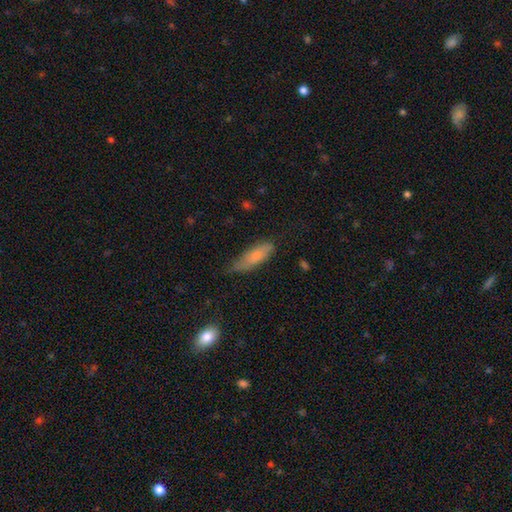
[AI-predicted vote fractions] Smooth or featured?
  - smooth: 77% *
  - featured or disk: 17%
  - star or artifact: 7%
How rounded?
  - in between: 50% *
  - cigar-shaped: 48%
  - round: 2%
Merging?
  - none: 54% *
  - minor disturbance: 34%
  - major disturbance: 9%
  - merger: 2%